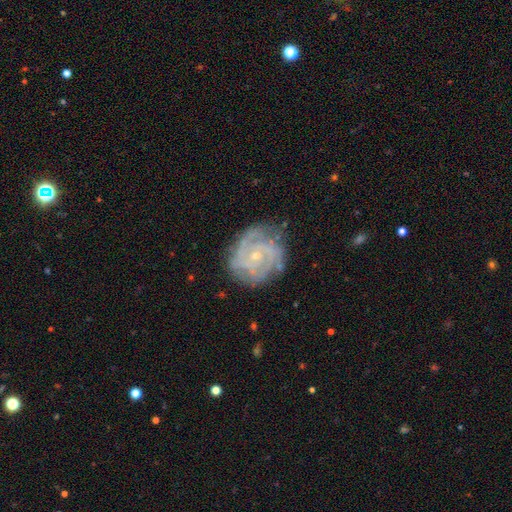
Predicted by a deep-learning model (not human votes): Smooth or featured? featured or disk (83%)
Edge-on disk? no (97%)
Bar? no (72%)
Spiral arms? yes (92%)
Spiral winding? tight (64%)
Spiral arm count? can't tell (32%)
Bulge size? small (75%)
Merging? none (70%)